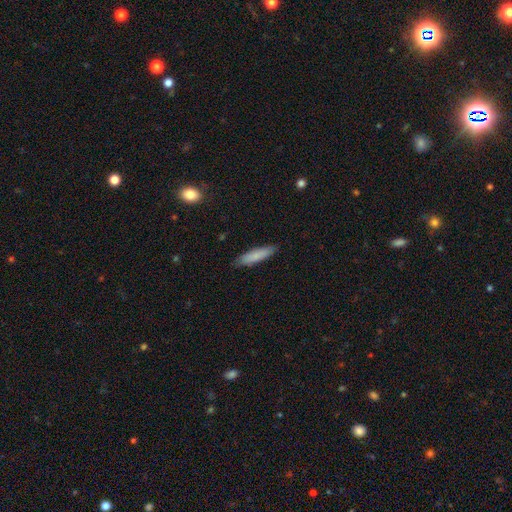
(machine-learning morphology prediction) Smooth or featured: smooth — 82% (featured or disk — 13%)
How rounded: cigar-shaped — 78% (in between — 20%)
Merging: none — 86% (minor disturbance — 11%)